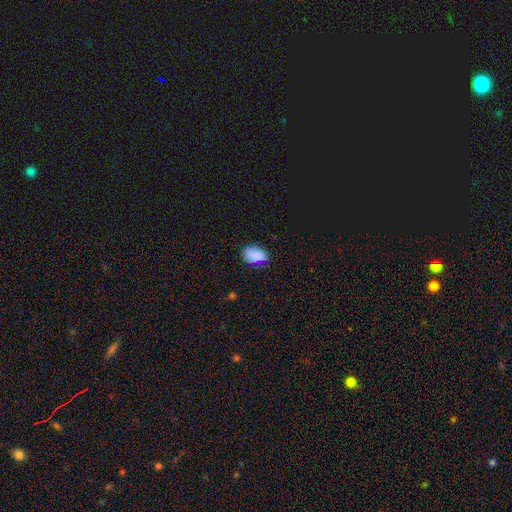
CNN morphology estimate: The model was most divided on "merging": none: 74%, minor disturbance: 21%, major disturbance: 4%, merger: 2%. More confident: how rounded — in between (86%); smooth or featured — smooth (86%).